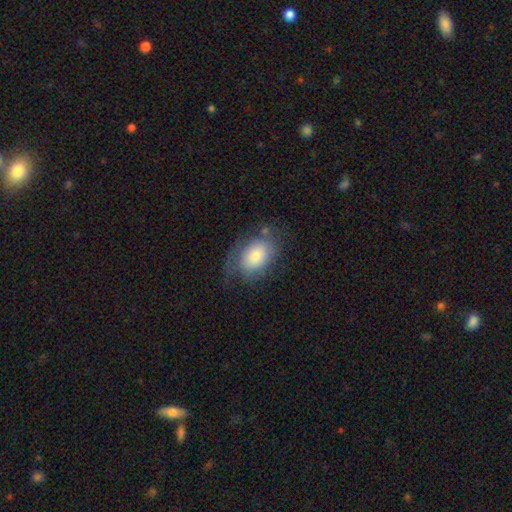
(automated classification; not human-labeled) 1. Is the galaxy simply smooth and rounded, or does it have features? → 68% smooth, 24% featured or disk, 8% star or artifact.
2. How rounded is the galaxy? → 83% in between, 16% round, 1% cigar-shaped.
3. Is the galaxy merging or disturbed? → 54% none, 26% minor disturbance, 16% major disturbance, 3% merger.